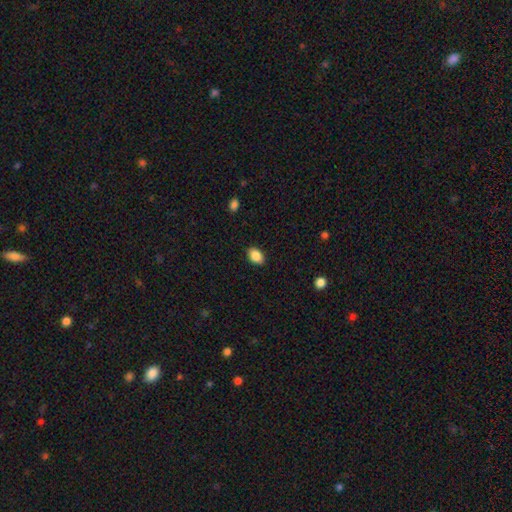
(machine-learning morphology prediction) type=smooth (89%); roundness=in between (85%); merging=none (88%).